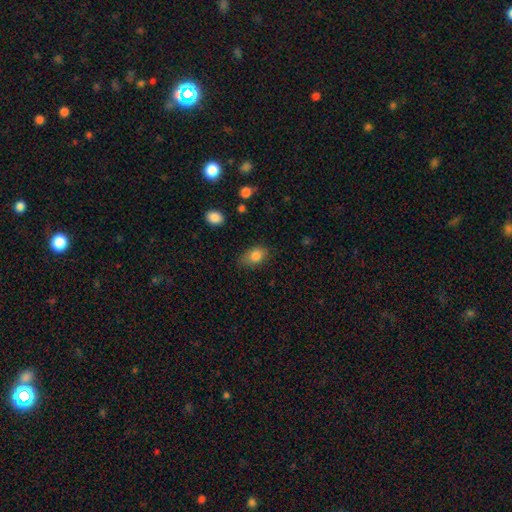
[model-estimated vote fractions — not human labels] Smooth or featured? Predicted: smooth (p=0.83). How rounded? Predicted: in between (p=0.80). Merging? Predicted: none (p=0.69).